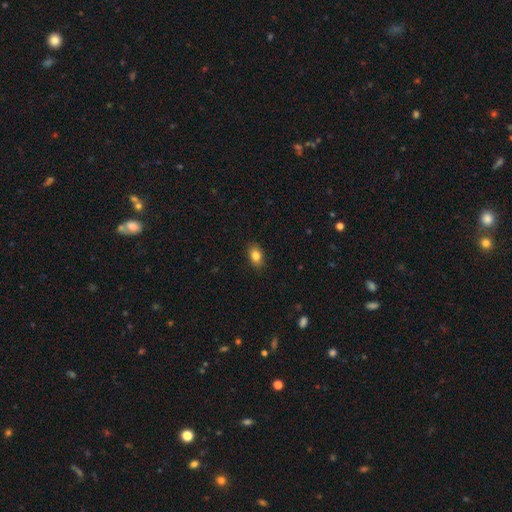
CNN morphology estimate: type=smooth (84%); roundness=in between (85%); merging=none (88%).